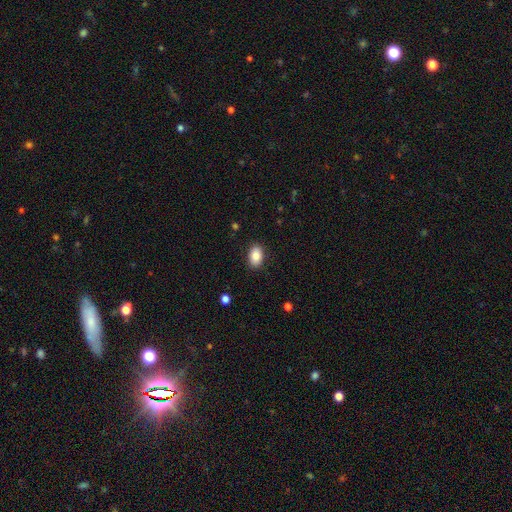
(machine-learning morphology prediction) This is clearly a smooth galaxy (86%). How rounded: clearly in between (87%). Merging: clearly none (88%).